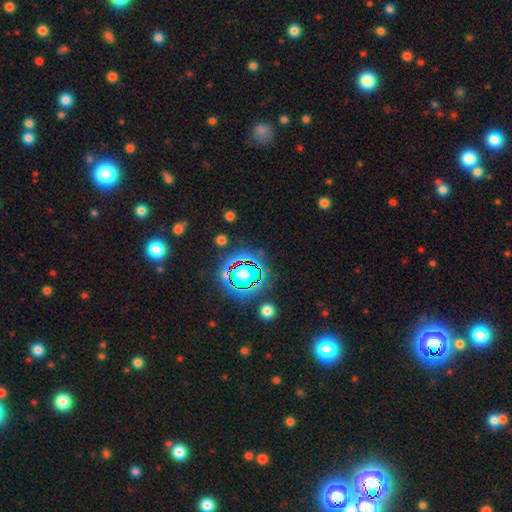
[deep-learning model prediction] smooth-or-featured: star or artifact: 79% | smooth: 12% | featured or disk: 9%